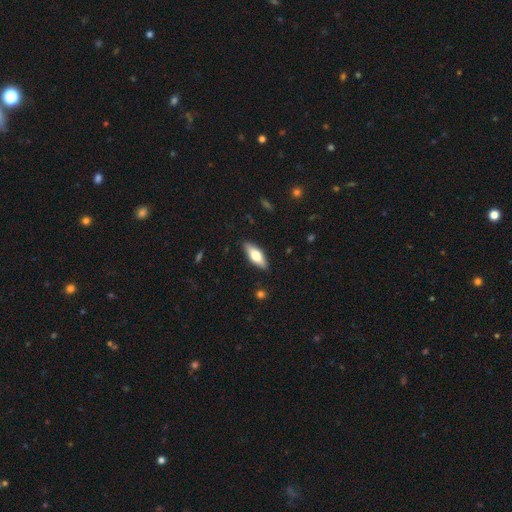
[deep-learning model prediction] The model was most divided on "smooth or featured": smooth: 59%, featured or disk: 36%, star or artifact: 6%. More confident: merging — none (88%); how rounded — in between (63%).